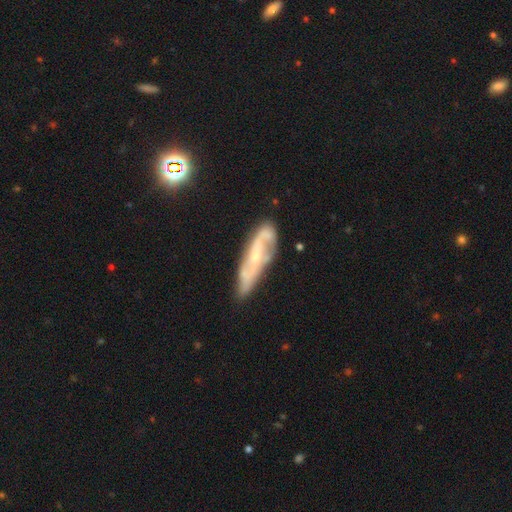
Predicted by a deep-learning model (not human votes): Smooth or featured? Predicted: featured or disk (p=0.69). Edge-on disk? Predicted: no (p=0.77). Bar? Predicted: no (p=0.56). Spiral arms? Predicted: yes (p=0.76). Bulge size? Predicted: small (p=0.60). Merging? Predicted: none (p=0.58).